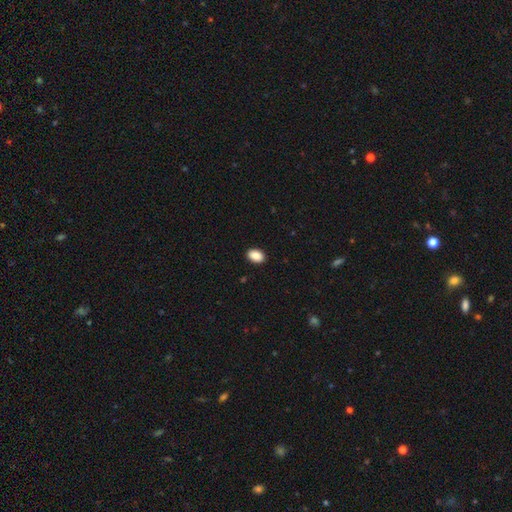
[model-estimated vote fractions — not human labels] This is clearly a smooth galaxy (89%). How rounded: clearly in between (86%). Merging: clearly none (91%).